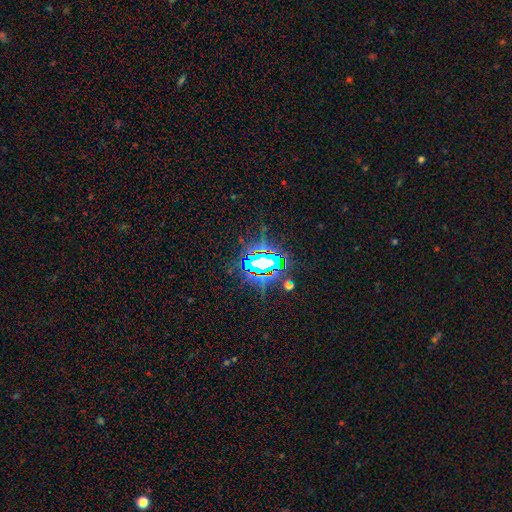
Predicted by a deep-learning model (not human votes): smooth-or-featured: star or artifact: 79% | smooth: 12% | featured or disk: 9%